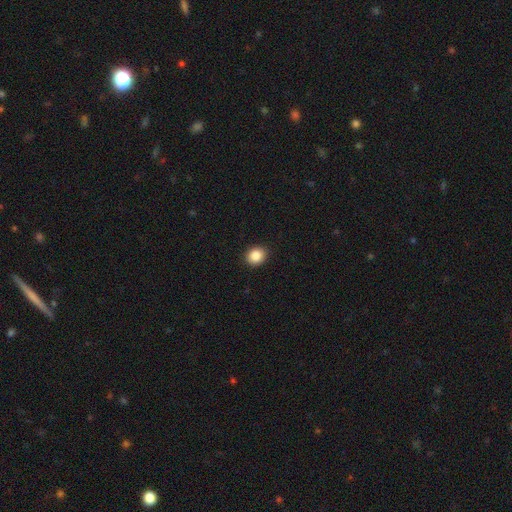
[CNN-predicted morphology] The model was most divided on "how rounded": round: 70%, in between: 29%, cigar-shaped: 1%. More confident: merging — none (91%); smooth or featured — smooth (87%).